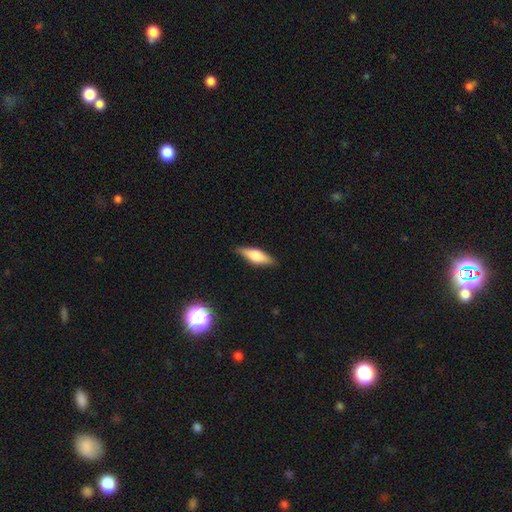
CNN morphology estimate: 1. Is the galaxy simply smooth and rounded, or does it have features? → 57% smooth, 37% featured or disk, 7% star or artifact.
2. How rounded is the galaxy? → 50% cigar-shaped, 47% in between, 3% round.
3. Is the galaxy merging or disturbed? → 86% none, 11% minor disturbance, 2% major disturbance, 1% merger.